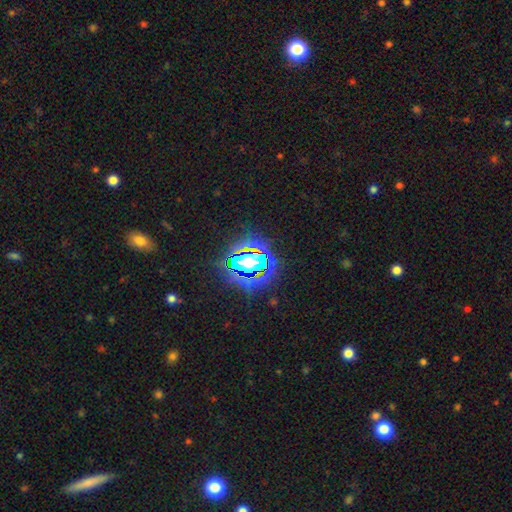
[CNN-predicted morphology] star or artifact 67%, smooth 20%, featured or disk 13%.